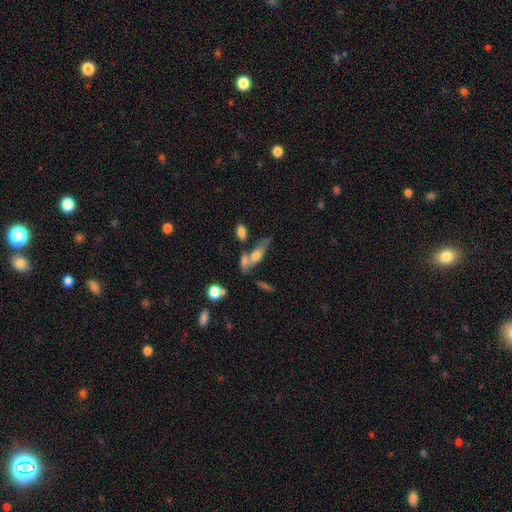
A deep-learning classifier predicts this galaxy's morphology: A smooth galaxy with no disk features (54%) that is in between round and cigar-shaped (51%).

Vote fractions:
- Smooth or featured? smooth: 54% / featured or disk: 37% / star or artifact: 9%
- How rounded? in between: 51% / cigar-shaped: 45% / round: 4%
- Merging? none: 46% / merger: 30% / minor disturbance: 16% / major disturbance: 8%